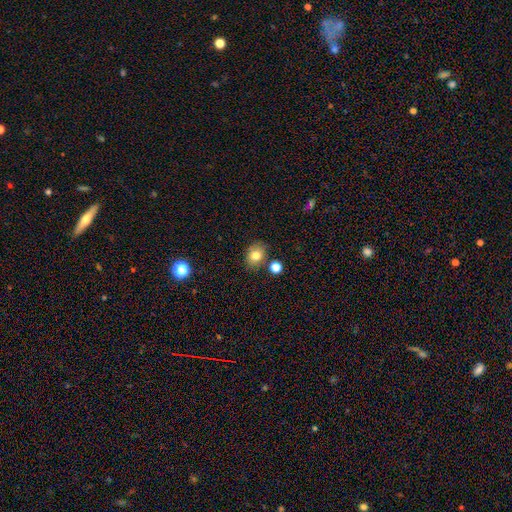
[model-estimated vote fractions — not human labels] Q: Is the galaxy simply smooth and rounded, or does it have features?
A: smooth — 79%.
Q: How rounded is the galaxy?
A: round — 51%.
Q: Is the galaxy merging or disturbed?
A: none — 76%.